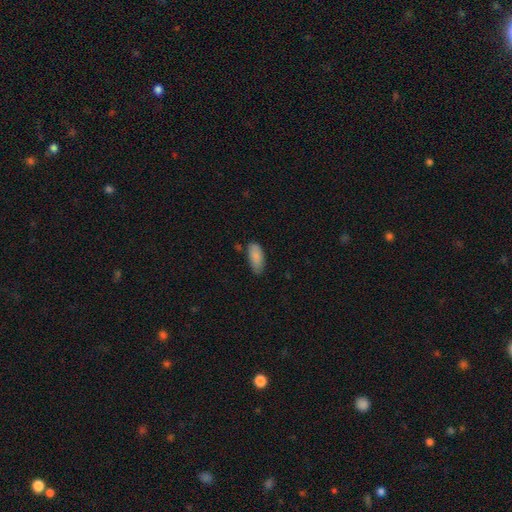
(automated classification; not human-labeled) A smooth galaxy with no disk features (87%) that is in between round and cigar-shaped (87%).

Vote fractions:
- Smooth or featured? smooth: 87% / featured or disk: 7% / star or artifact: 7%
- How rounded? in between: 87% / cigar-shaped: 11% / round: 2%
- Merging? none: 64% / minor disturbance: 28% / major disturbance: 5% / merger: 3%